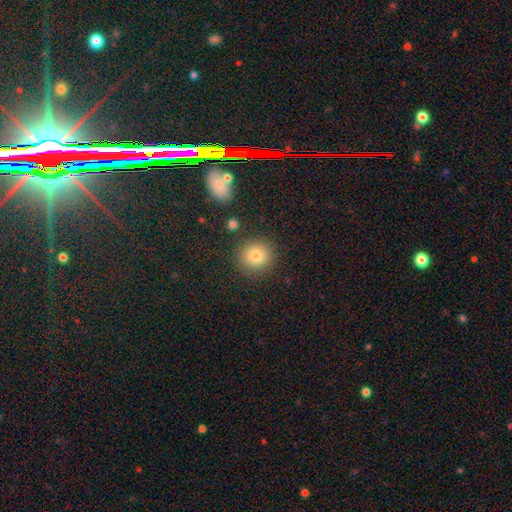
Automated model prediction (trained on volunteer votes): Q: Smooth or featured?
A: smooth (81%); runner-up: star or artifact (11%)
Q: How rounded?
A: round (91%); runner-up: in between (8%)
Q: Merging?
A: none (86%); runner-up: minor disturbance (8%)